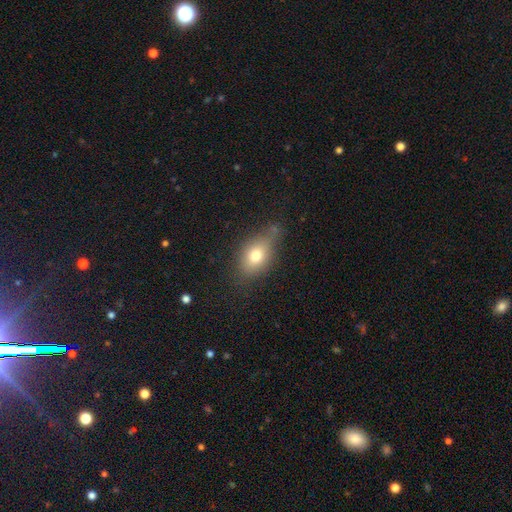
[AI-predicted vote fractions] A smooth galaxy with no disk features (74%) that is in between round and cigar-shaped (76%).

Vote fractions:
- Smooth or featured? smooth: 74% / featured or disk: 15% / star or artifact: 11%
- How rounded? in between: 76% / round: 21% / cigar-shaped: 3%
- Merging? none: 57% / minor disturbance: 27% / major disturbance: 10% / merger: 6%